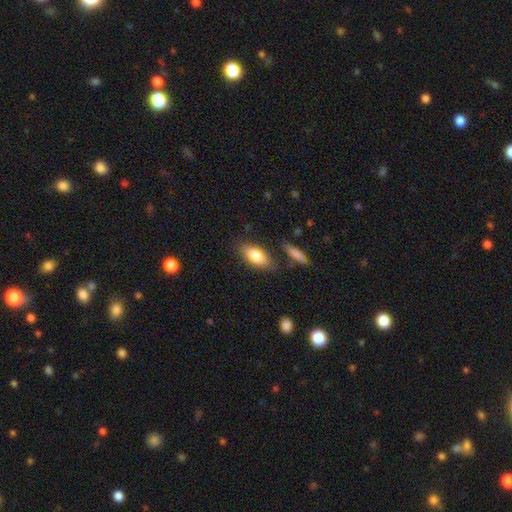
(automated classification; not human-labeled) smooth_or_featured: smooth (p=0.80) [alt: featured or disk p=0.13]
how_rounded: in between (p=0.85) [alt: cigar-shaped p=0.12]
merging: none (p=0.78) [alt: minor disturbance p=0.14]